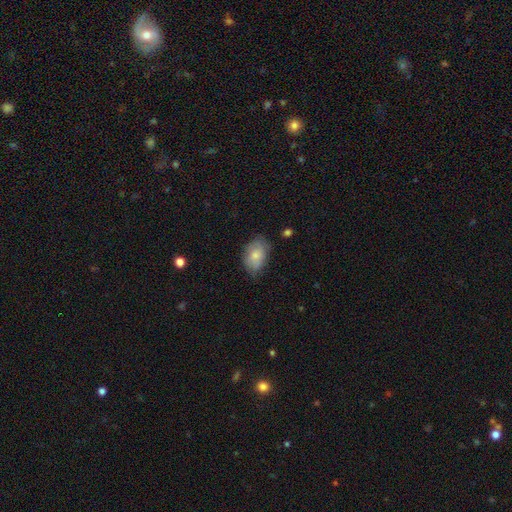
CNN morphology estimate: Smooth or featured? Predicted: smooth (p=0.79). How rounded? Predicted: in between (p=0.85). Merging? Predicted: none (p=0.67).